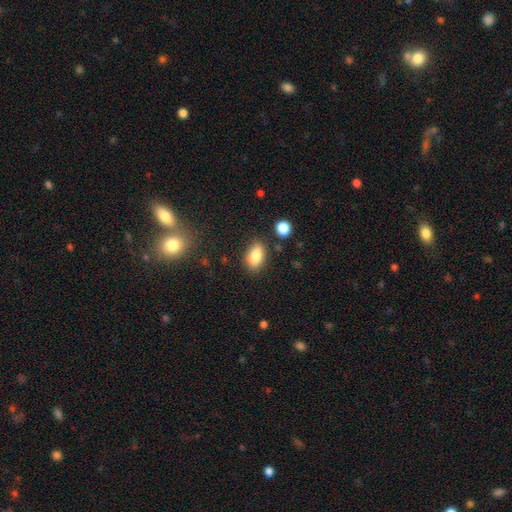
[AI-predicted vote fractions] The model was most divided on "merging": none: 83%, minor disturbance: 11%, merger: 3%, major disturbance: 3%. More confident: how rounded — in between (89%); smooth or featured — smooth (85%).